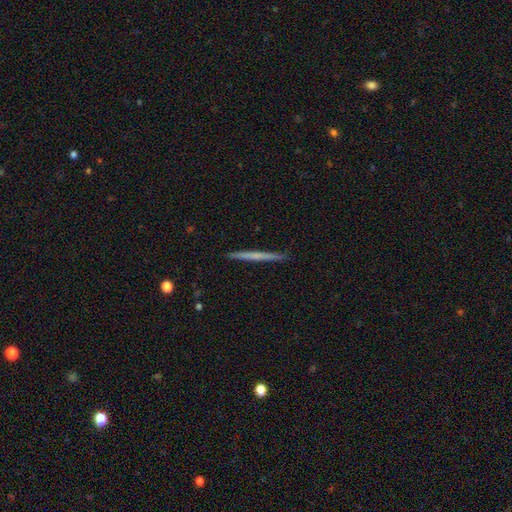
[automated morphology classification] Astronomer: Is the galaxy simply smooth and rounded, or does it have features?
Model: featured or disk — 52% (runner-up: smooth, 42%).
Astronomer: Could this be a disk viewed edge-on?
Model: yes — 98%.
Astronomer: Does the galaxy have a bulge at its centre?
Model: none — 79%.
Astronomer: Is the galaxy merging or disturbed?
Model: none — 92%.